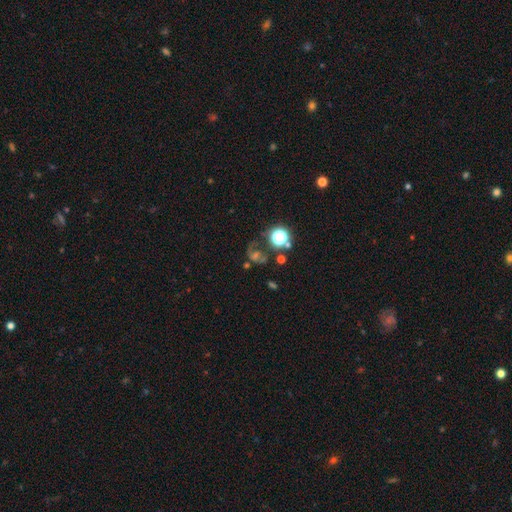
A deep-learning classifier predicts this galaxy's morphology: smooth-or-featured: star or artifact: 45% | featured or disk: 28% | smooth: 27%